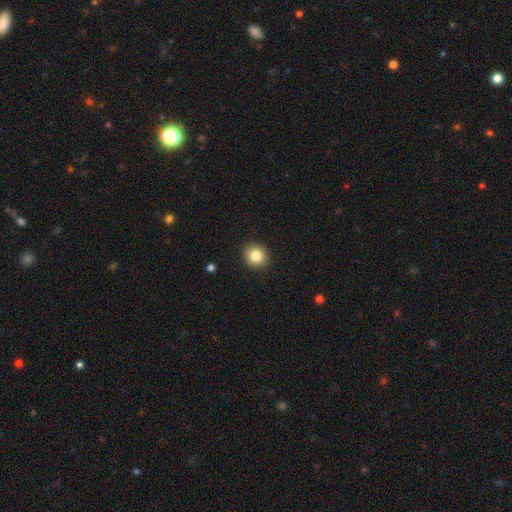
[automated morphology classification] A smooth galaxy with no disk features (83%) that is round (85%).

Vote fractions:
- Smooth or featured? smooth: 83% / star or artifact: 10% / featured or disk: 7%
- How rounded? round: 85% / in between: 14% / cigar-shaped: 1%
- Merging? none: 91% / minor disturbance: 6% / major disturbance: 2% / merger: 1%